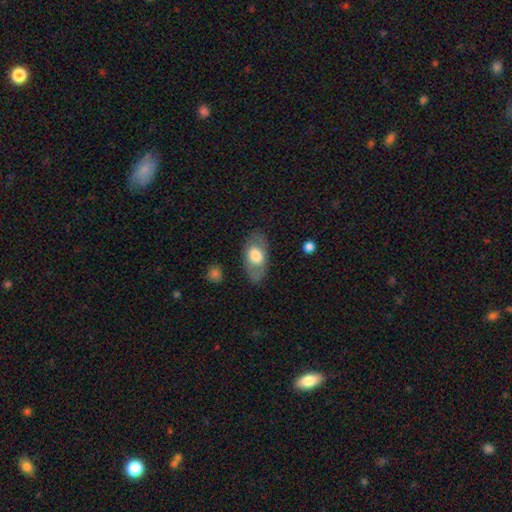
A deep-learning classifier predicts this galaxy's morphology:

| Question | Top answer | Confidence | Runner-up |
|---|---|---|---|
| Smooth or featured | smooth | 60% | featured or disk (34%) |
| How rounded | in between | 90% | round (7%) |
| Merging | none | 80% | minor disturbance (13%) |